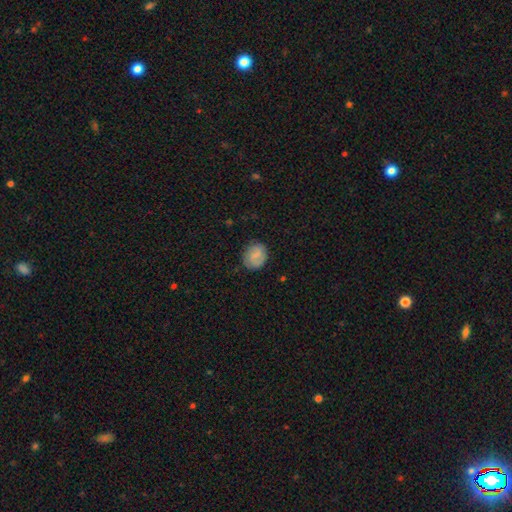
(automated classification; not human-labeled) smooth_or_featured: smooth (p=0.62) [alt: featured or disk p=0.30]
how_rounded: round (p=0.65) [alt: in between p=0.34]
merging: none (p=0.80) [alt: minor disturbance p=0.15]